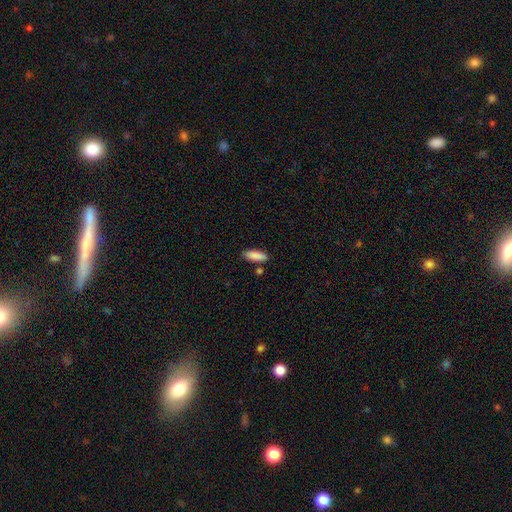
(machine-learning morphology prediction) Smooth or featured: smooth — 88% (star or artifact — 6%)
How rounded: in between — 59% (cigar-shaped — 39%)
Merging: none — 81% (minor disturbance — 11%)